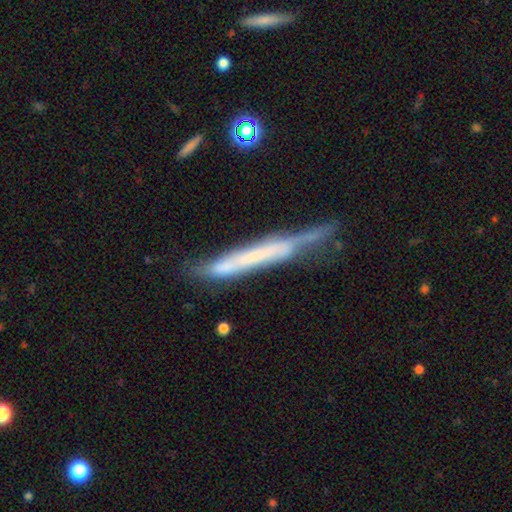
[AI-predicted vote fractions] smooth_or_featured: featured or disk (p=0.55) [alt: smooth p=0.37]
disk_edge_on: yes (p=0.85) [alt: no p=0.15]
merging: none (p=0.51) [alt: minor disturbance p=0.30]